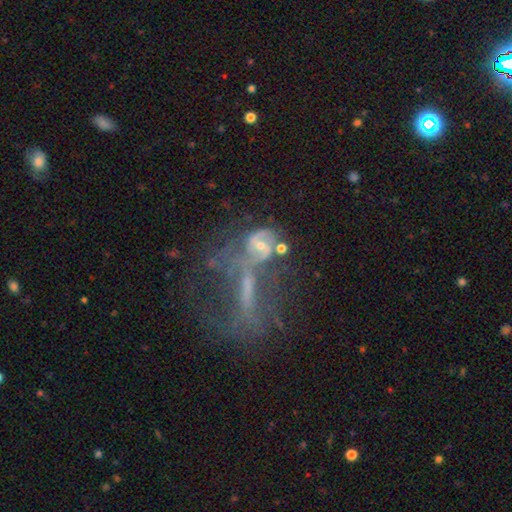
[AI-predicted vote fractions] Overall: featured or disk (51%; star or artifact 30%). Edge-on disk: no (78%). Merging: none (39%; major disturbance 28%).